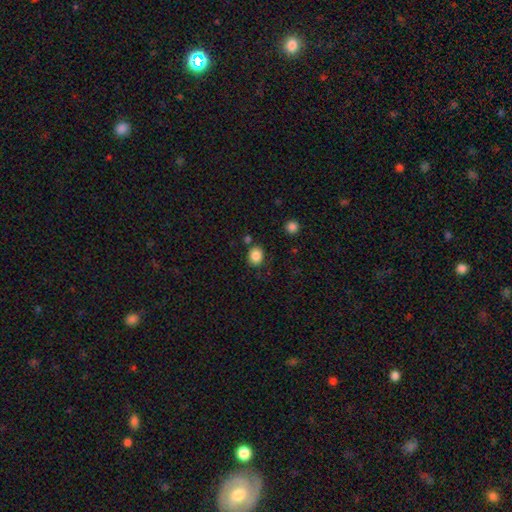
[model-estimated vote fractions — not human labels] Smooth or featured: smooth — 86% (star or artifact — 10%)
How rounded: round — 65% (in between — 35%)
Merging: none — 79% (minor disturbance — 11%)